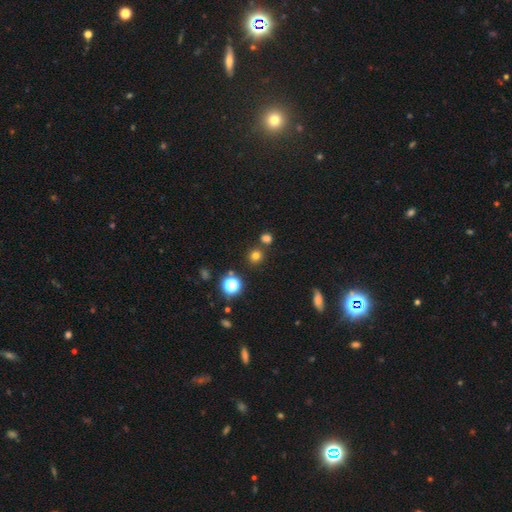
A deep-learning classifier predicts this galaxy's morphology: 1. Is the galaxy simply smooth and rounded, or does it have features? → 73% smooth, 21% star or artifact, 6% featured or disk.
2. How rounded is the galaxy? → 91% round, 8% in between, 1% cigar-shaped.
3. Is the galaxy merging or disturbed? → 77% none, 13% merger, 7% minor disturbance, 3% major disturbance.